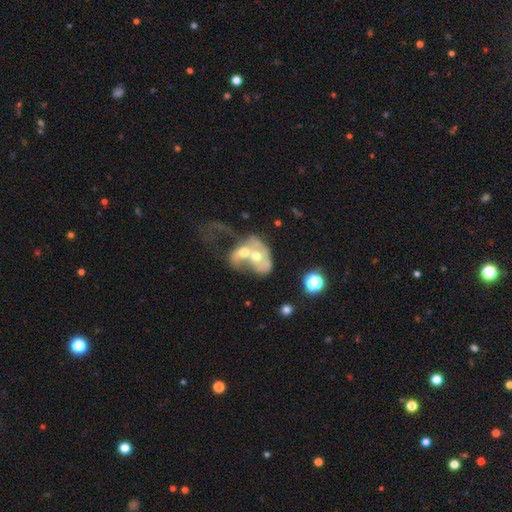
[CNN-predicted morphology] This is possibly a featured or disk galaxy (56%). It is clearly not viewed edge-on (96%). Bar: likely no (80%). Spiral arm pattern: likely no (65%). Central bulge: likely moderate (66%). Merging: likely merger (76%).